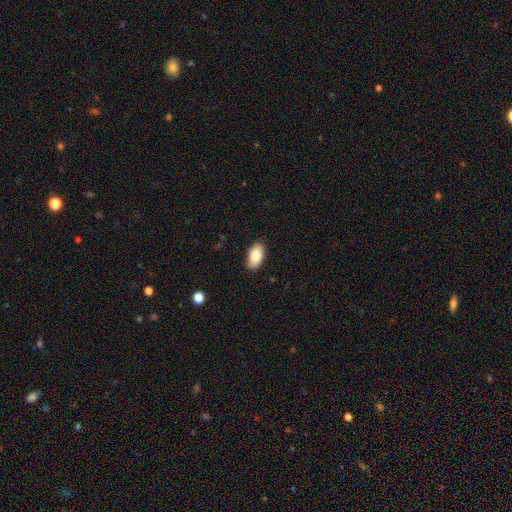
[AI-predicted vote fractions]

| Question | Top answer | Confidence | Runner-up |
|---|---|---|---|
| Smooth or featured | smooth | 84% | featured or disk (9%) |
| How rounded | in between | 94% | round (4%) |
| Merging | none | 87% | minor disturbance (10%) |